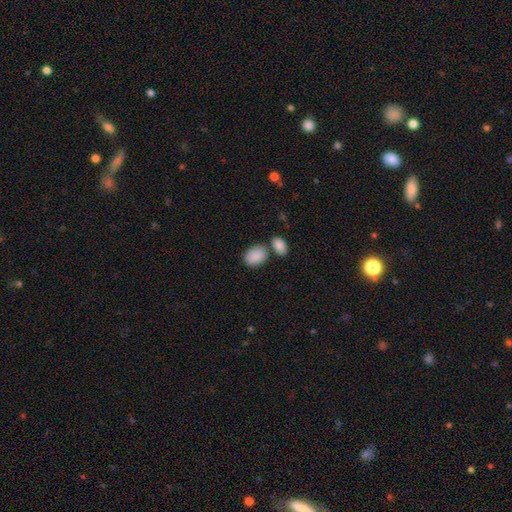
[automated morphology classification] This appears to be a smooth galaxy with no disk features (89%) that is in between round and cigar-shaped (83%). Merging: none (60%).